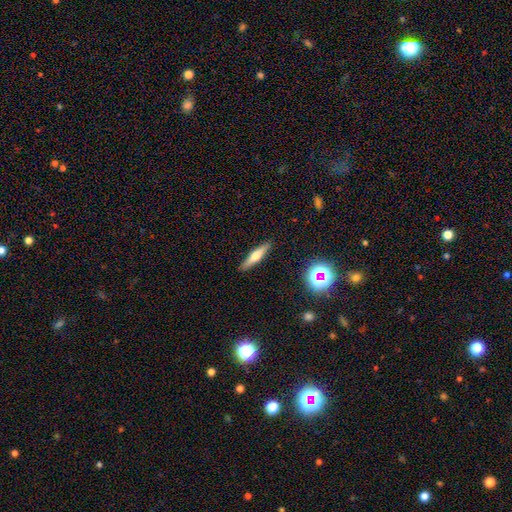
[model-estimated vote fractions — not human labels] Q: Smooth or featured?
A: featured or disk (48%); runner-up: smooth (43%)
Q: Merging?
A: none (90%); runner-up: minor disturbance (7%)